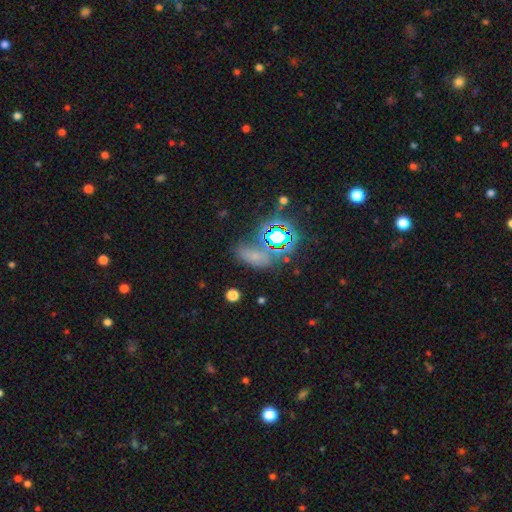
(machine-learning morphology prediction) This appears to be a star or artifact, not a galaxy (44%, tied with smooth).